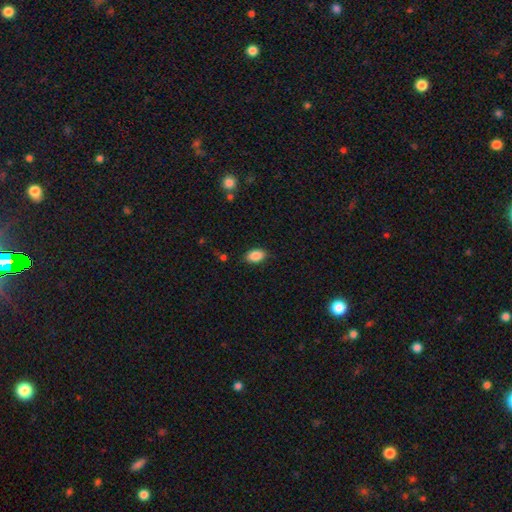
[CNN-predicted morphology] This appears to be a smooth galaxy with no disk features (88%) that is in between round and cigar-shaped (91%). Merging: none (86%).